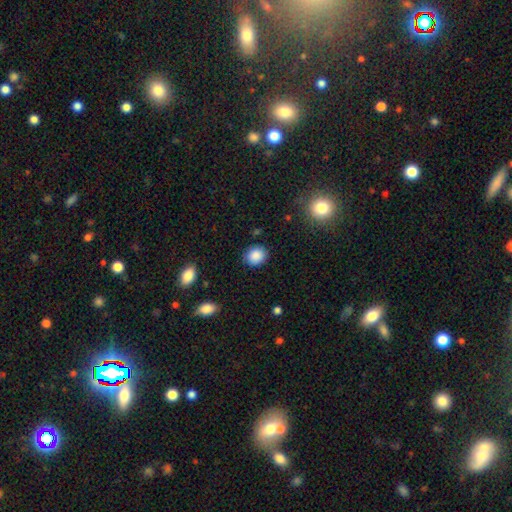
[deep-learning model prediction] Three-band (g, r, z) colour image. It shows a smooth galaxy with no disk features (88%) that is round (78%). Merging: none (86%).